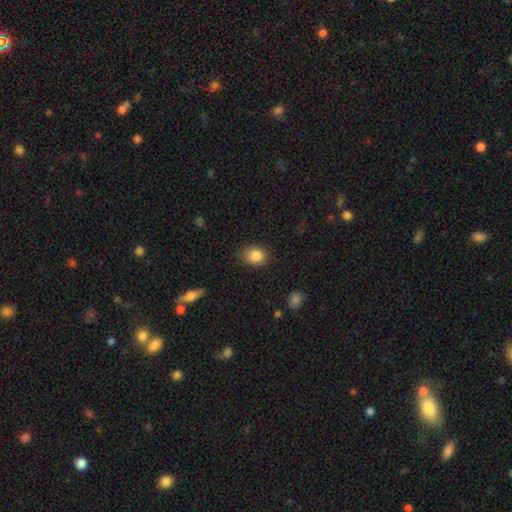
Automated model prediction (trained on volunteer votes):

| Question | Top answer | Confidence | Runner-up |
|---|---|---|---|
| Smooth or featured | smooth | 86% | star or artifact (9%) |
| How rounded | round | 55% | in between (44%) |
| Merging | none | 82% | minor disturbance (13%) |